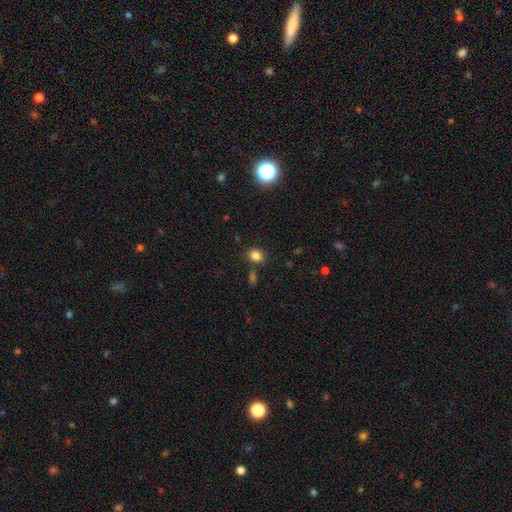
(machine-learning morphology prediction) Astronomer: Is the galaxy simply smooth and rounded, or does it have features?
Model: smooth — 82%.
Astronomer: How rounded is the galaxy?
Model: round — 59% (runner-up: in between, 40%).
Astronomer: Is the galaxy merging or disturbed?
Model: none — 80%.